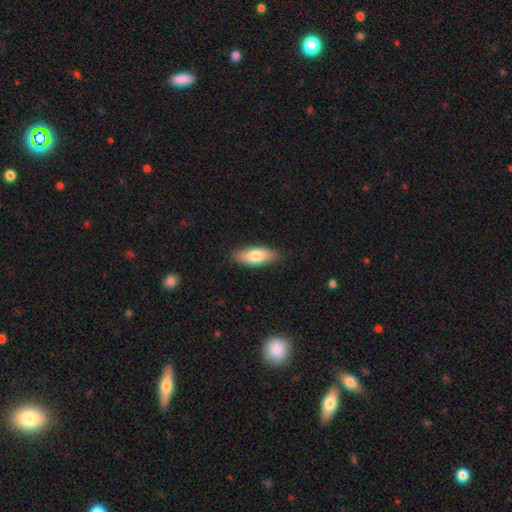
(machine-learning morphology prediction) Q: Smooth or featured?
A: smooth (77%); runner-up: featured or disk (17%)
Q: How rounded?
A: in between (75%); runner-up: cigar-shaped (23%)
Q: Merging?
A: none (85%); runner-up: minor disturbance (12%)